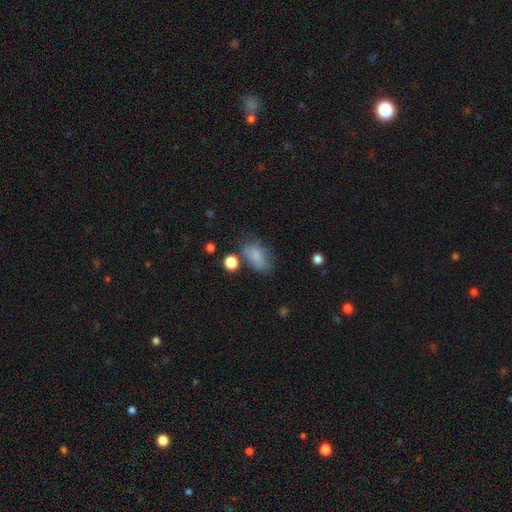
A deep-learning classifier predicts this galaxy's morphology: Smooth or featured? Predicted: smooth (p=0.80). How rounded? Predicted: in between (p=0.88). Merging? Predicted: none (p=0.54).